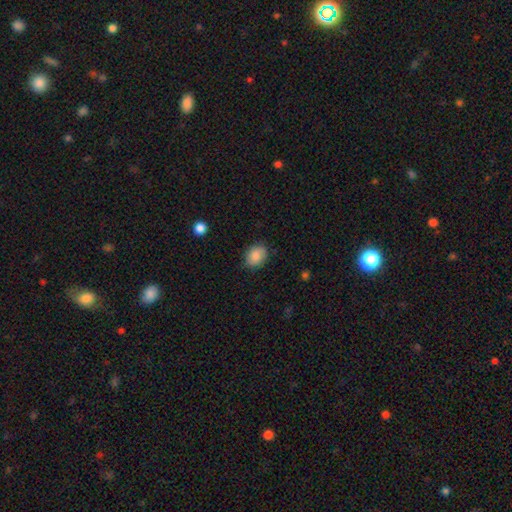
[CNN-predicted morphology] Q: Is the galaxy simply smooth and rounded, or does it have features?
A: smooth — 88%.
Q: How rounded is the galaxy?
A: in between — 56%.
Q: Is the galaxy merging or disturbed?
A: none — 81%.